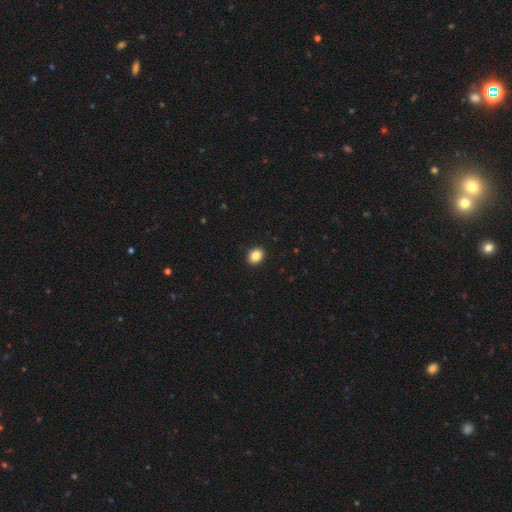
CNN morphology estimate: The model was most divided on "how rounded": in between: 53%, round: 47%, cigar-shaped: 1%. More confident: merging — none (91%); smooth or featured — smooth (86%).